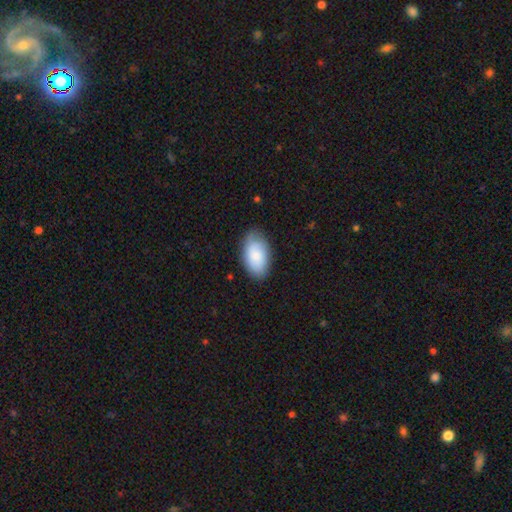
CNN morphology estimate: smooth_or_featured: smooth (p=0.84) [alt: featured or disk p=0.10]
how_rounded: in between (p=0.95) [alt: round p=0.04]
merging: none (p=0.81) [alt: minor disturbance p=0.15]